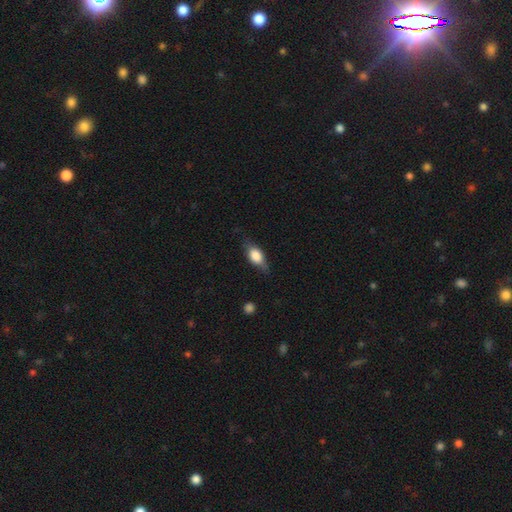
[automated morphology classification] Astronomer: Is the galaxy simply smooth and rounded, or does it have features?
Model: smooth — 67%.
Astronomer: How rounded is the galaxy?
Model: in between — 80%.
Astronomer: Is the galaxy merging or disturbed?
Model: none — 70%.